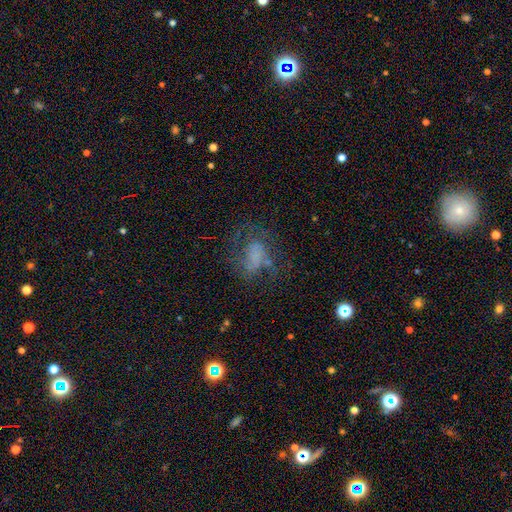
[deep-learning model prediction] featured or disk 46%, smooth 38%, star or artifact 16%. Down the decision tree: merging — none (45%).